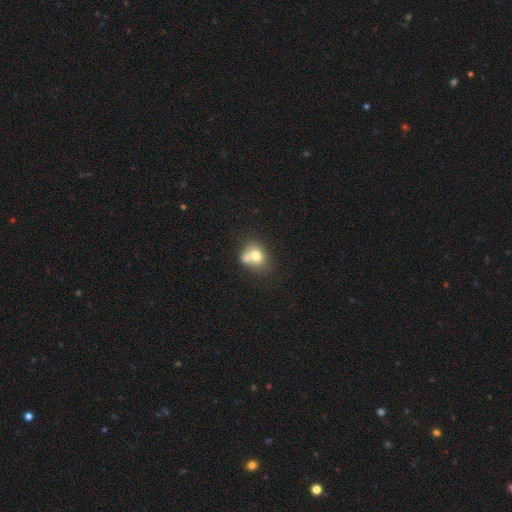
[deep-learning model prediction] A smooth galaxy with no disk features (70%) that is round (59%).

Vote fractions:
- Smooth or featured? smooth: 70% / featured or disk: 19% / star or artifact: 11%
- How rounded? round: 59% / in between: 40% / cigar-shaped: 1%
- Merging? merger: 50% / none: 31% / minor disturbance: 13% / major disturbance: 6%